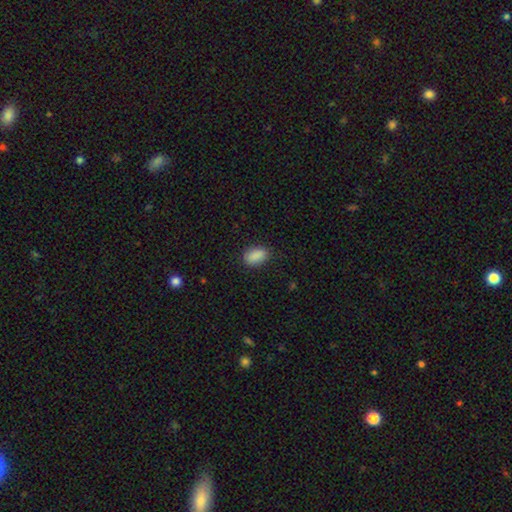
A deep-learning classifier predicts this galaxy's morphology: Smooth or featured? Predicted: smooth (p=0.89). How rounded? Predicted: in between (p=0.90). Merging? Predicted: none (p=0.82).